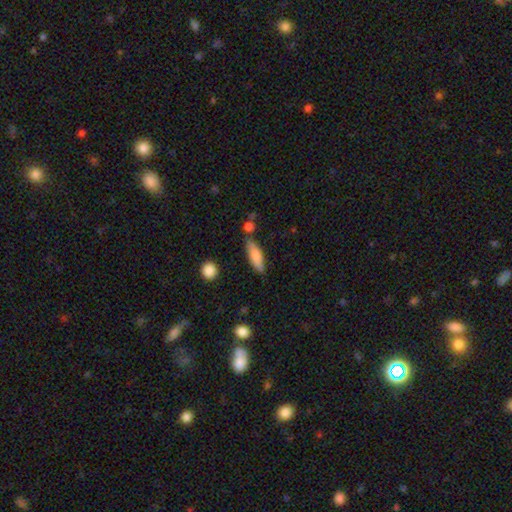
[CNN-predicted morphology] Smooth or featured? smooth (76%)
How rounded? cigar-shaped (51%)
Merging? none (74%)